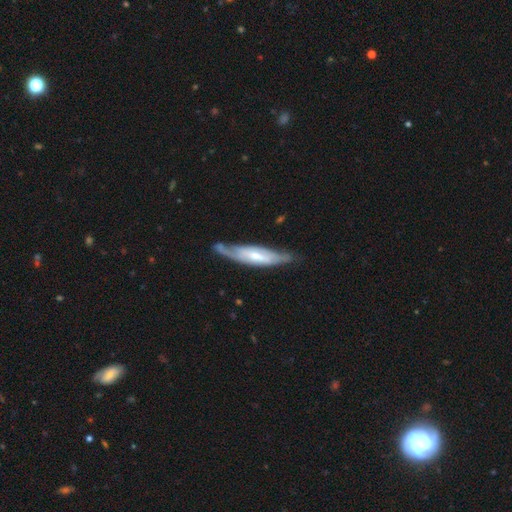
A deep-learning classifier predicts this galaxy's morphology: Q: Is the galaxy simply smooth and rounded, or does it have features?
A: featured or disk — 69%.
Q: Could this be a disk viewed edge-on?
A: no — 55%.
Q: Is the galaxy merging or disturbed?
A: none — 62%.